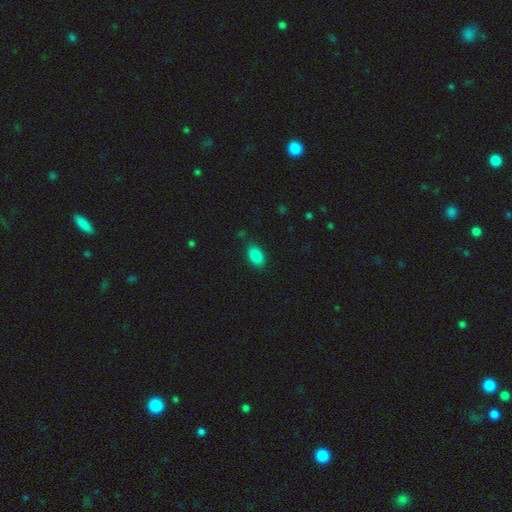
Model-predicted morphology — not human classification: A smooth galaxy with no disk features (87%) that is in between round and cigar-shaped (90%).

Vote fractions:
- Smooth or featured? smooth: 87% / star or artifact: 8% / featured or disk: 5%
- How rounded? in between: 90% / round: 7% / cigar-shaped: 3%
- Merging? none: 82% / minor disturbance: 13% / major disturbance: 3% / merger: 2%